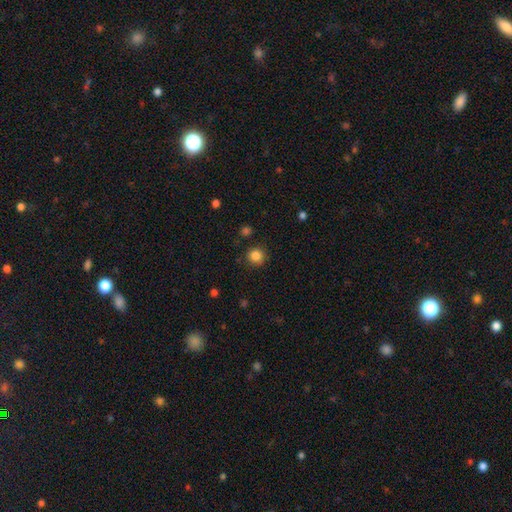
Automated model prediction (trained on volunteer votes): smooth-or-featured: smooth: 85% | star or artifact: 11% | featured or disk: 4%
  how-rounded: round: 91% | in between: 8% | cigar-shaped: 1%
  merging: none: 87% | minor disturbance: 9% | major disturbance: 3% | merger: 2%